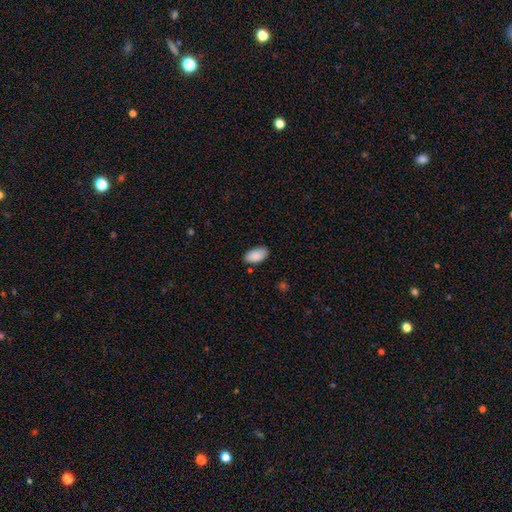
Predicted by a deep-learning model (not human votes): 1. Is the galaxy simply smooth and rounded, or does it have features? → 89% smooth, 6% star or artifact, 4% featured or disk.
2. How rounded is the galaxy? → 95% in between, 3% round, 2% cigar-shaped.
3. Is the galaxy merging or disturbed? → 84% none, 12% minor disturbance, 2% major disturbance, 2% merger.